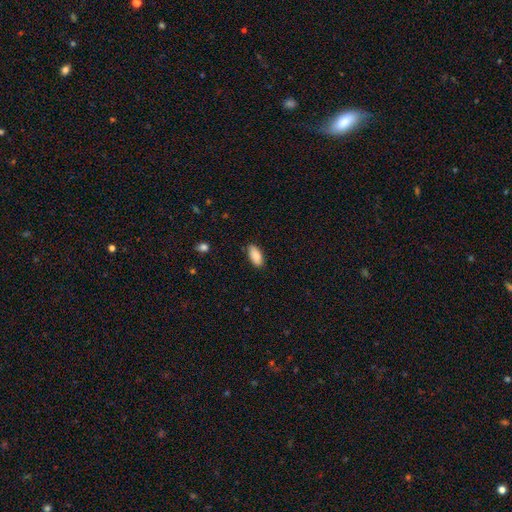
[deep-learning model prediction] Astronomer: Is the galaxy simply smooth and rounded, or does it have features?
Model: smooth — 89%.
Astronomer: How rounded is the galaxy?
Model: in between — 89%.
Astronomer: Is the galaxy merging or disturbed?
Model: none — 84%.